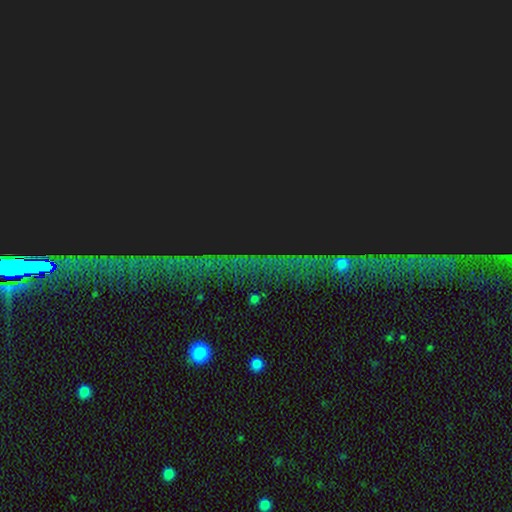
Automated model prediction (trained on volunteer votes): Smooth or featured?
  - star or artifact: 78% *
  - smooth: 11%
  - featured or disk: 10%